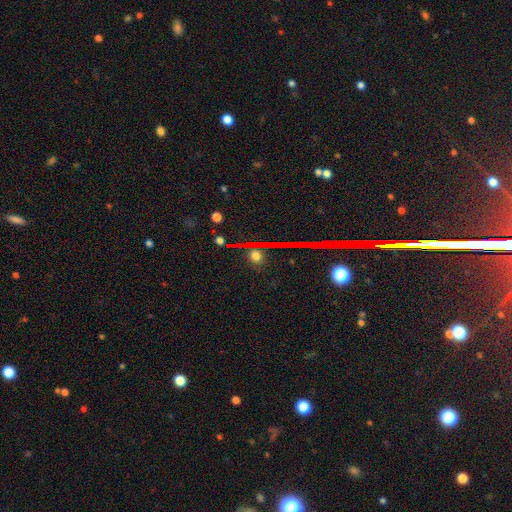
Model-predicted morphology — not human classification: This appears to be a smooth galaxy with no disk features (48%). Merging: none (84%).